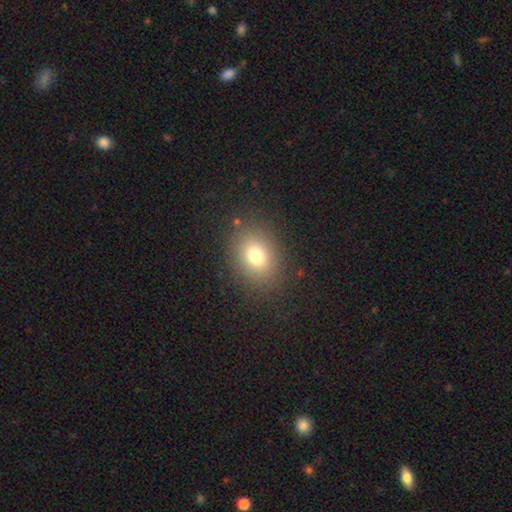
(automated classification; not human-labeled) Overall: smooth (78%). How rounded: in between (63%; round 36%). Merging: none (85%).